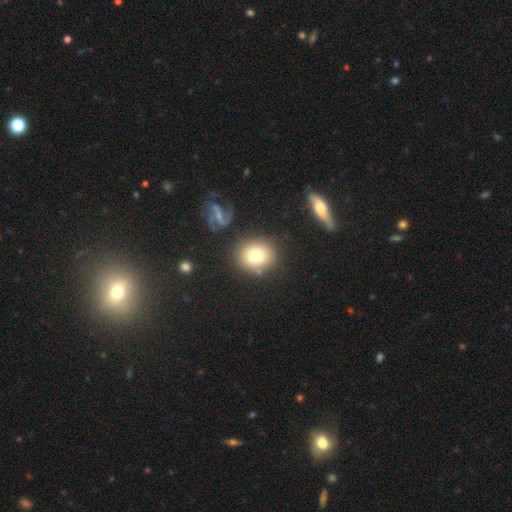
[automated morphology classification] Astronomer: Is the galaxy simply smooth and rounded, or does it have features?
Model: smooth — 76%.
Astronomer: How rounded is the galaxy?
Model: round — 78%.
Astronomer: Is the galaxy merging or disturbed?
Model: none — 78%.